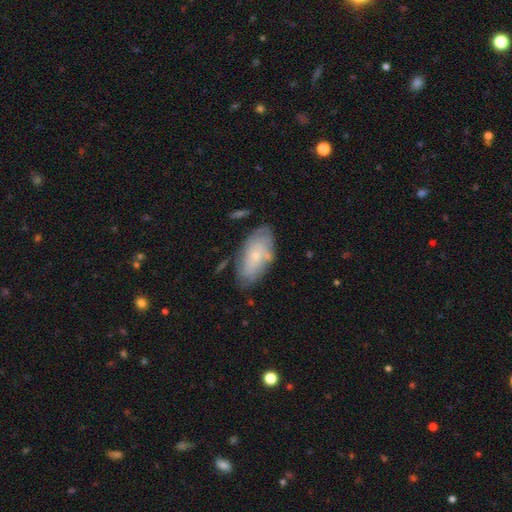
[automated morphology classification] Smooth or featured? featured or disk (47%)
Merging? none (69%)